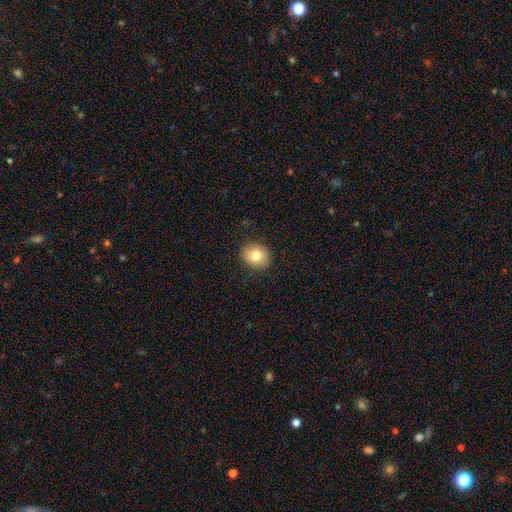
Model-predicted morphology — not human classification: Smooth or featured?
  - smooth: 80% *
  - featured or disk: 10%
  - star or artifact: 9%
How rounded?
  - round: 67% *
  - in between: 32%
  - cigar-shaped: 1%
Merging?
  - none: 89% *
  - minor disturbance: 8%
  - major disturbance: 2%
  - merger: 1%